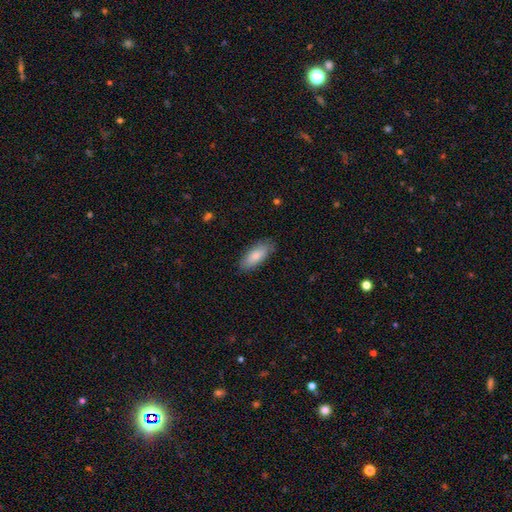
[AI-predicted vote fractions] smooth-or-featured: smooth: 83% | featured or disk: 11% | star or artifact: 6%
  how-rounded: in between: 79% | cigar-shaped: 19% | round: 2%
  merging: none: 84% | minor disturbance: 12% | major disturbance: 3% | merger: 1%